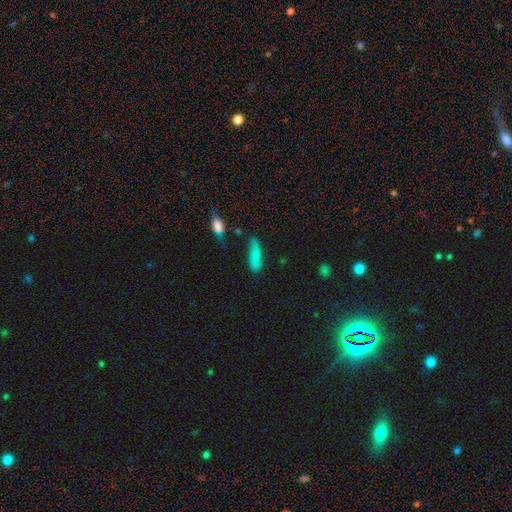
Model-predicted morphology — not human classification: A smooth galaxy with no disk features (67%) that is in between round and cigar-shaped (53%). Merging: none (65%).